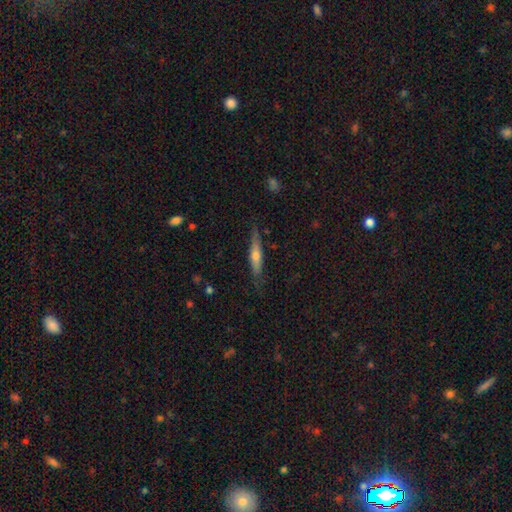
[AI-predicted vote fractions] smooth-or-featured: featured or disk: 51% | smooth: 42% | star or artifact: 7%
  disk-edge-on: yes: 90% | no: 10%
  merging: none: 78% | minor disturbance: 17% | major disturbance: 3% | merger: 2%